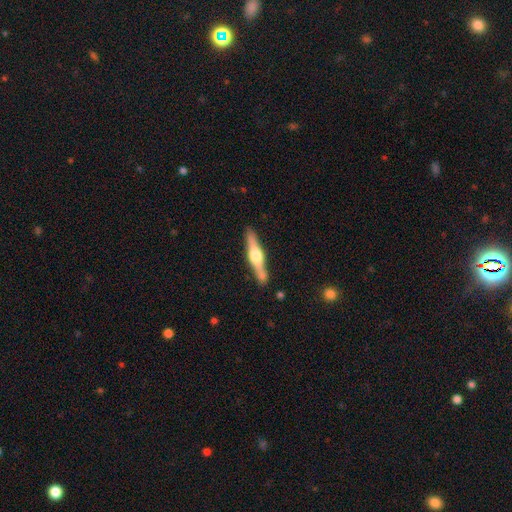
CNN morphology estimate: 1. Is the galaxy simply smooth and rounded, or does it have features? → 69% featured or disk, 26% smooth, 5% star or artifact.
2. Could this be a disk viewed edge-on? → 97% yes, 3% no.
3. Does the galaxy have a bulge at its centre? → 92% rounded, 6% boxy, 2% none.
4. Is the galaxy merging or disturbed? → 82% none, 10% minor disturbance, 5% merger, 2% major disturbance.